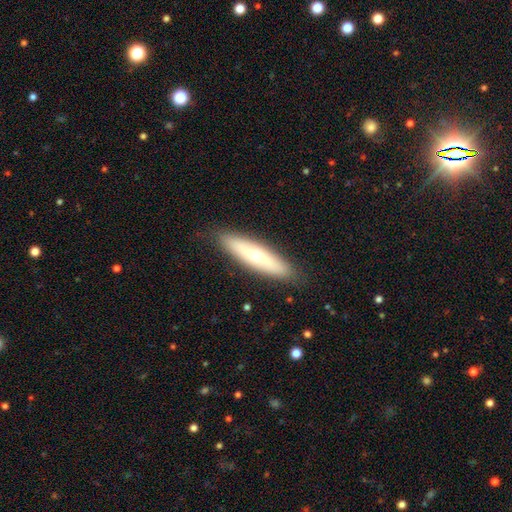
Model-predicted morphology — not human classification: smooth_or_featured: smooth (p=0.54) [alt: featured or disk p=0.40]
how_rounded: cigar-shaped (p=0.69) [alt: in between p=0.29]
merging: none (p=0.87) [alt: minor disturbance p=0.09]